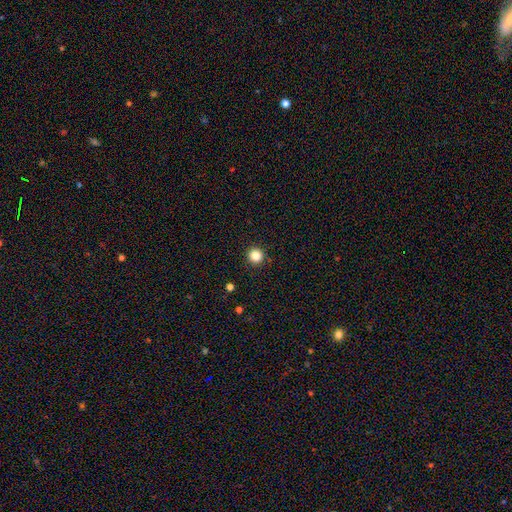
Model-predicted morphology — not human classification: type=smooth (85%); roundness=round (95%); merging=none (93%).